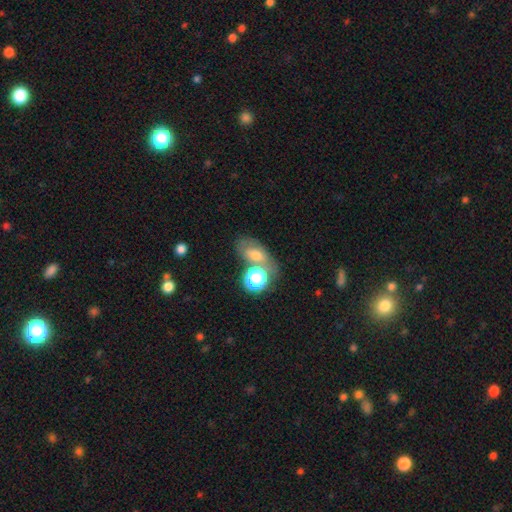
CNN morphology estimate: smooth_or_featured: smooth (p=0.58) [alt: featured or disk p=0.24]
how_rounded: in between (p=0.74) [alt: round p=0.23]
merging: none (p=0.47) [alt: merger p=0.29]